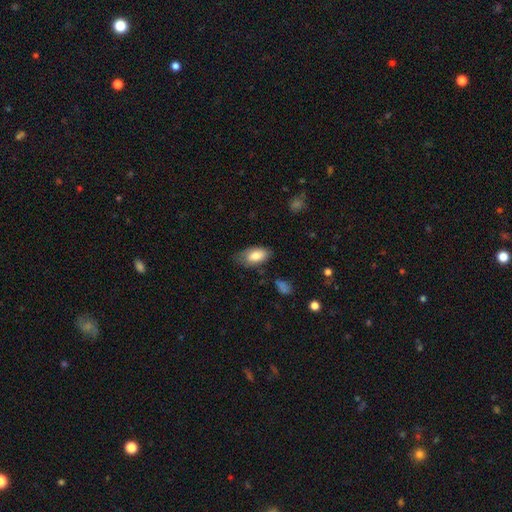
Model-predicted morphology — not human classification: The model was most divided on "merging": none: 62%, minor disturbance: 29%, major disturbance: 7%, merger: 2%. More confident: how rounded — in between (93%); smooth or featured — smooth (81%).